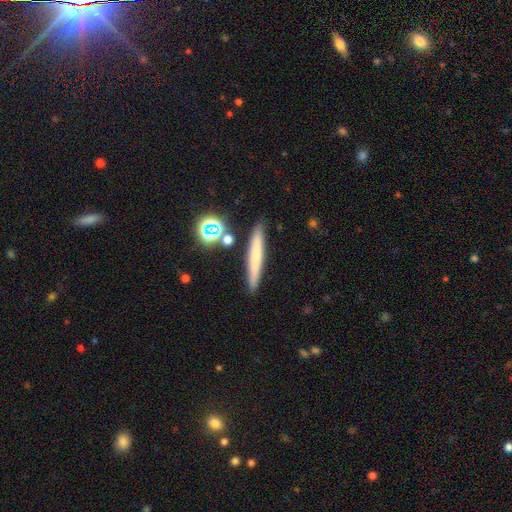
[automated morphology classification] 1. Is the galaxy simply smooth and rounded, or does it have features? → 61% smooth, 29% featured or disk, 10% star or artifact.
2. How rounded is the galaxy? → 94% cigar-shaped, 4% in between, 3% round.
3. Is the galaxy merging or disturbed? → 87% none, 8% minor disturbance, 4% merger, 2% major disturbance.